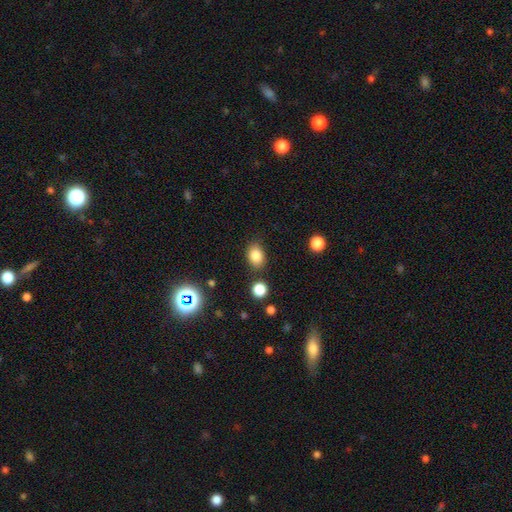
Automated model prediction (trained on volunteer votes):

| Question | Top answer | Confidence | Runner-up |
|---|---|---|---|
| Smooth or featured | smooth | 83% | star or artifact (11%) |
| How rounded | in between | 70% | round (29%) |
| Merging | none | 81% | minor disturbance (12%) |